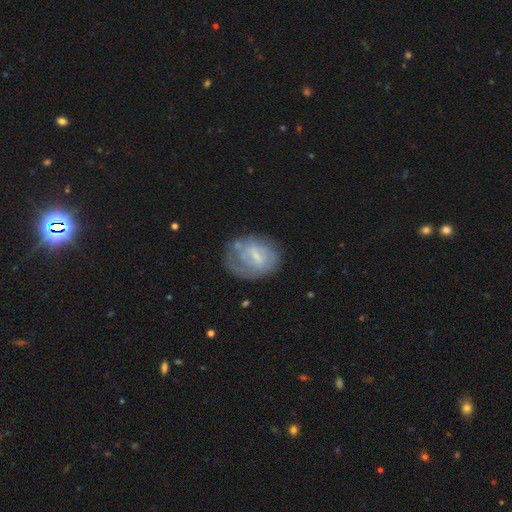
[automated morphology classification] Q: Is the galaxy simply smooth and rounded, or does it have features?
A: featured or disk — 57%.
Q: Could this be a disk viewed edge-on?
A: no — 97%.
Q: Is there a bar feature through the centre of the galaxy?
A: weak — 54%.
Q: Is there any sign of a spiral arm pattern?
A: yes — 54%.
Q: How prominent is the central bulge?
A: small — 55%.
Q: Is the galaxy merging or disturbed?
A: none — 51%.